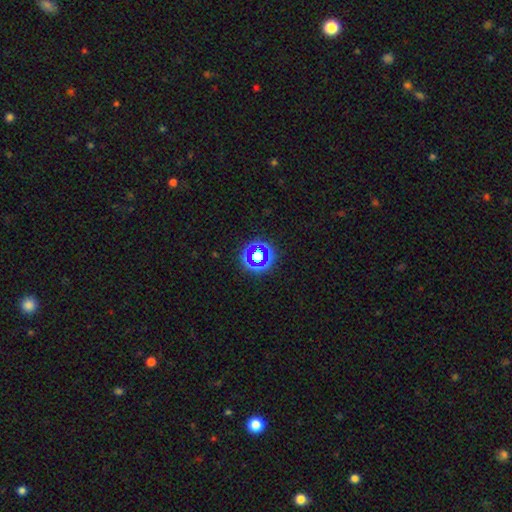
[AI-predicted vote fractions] This is possibly a star or artifact rather than a galaxy (53%).